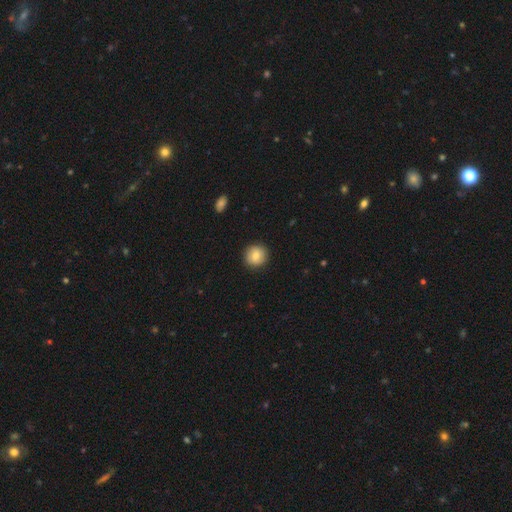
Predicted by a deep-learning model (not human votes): Overall: smooth (77%). How rounded: round (91%). Merging: none (90%).